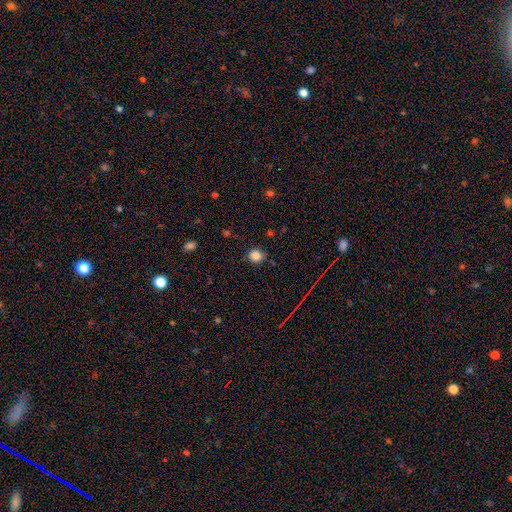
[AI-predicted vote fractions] Overall: smooth (82%). How rounded: round (79%). Merging: none (82%).